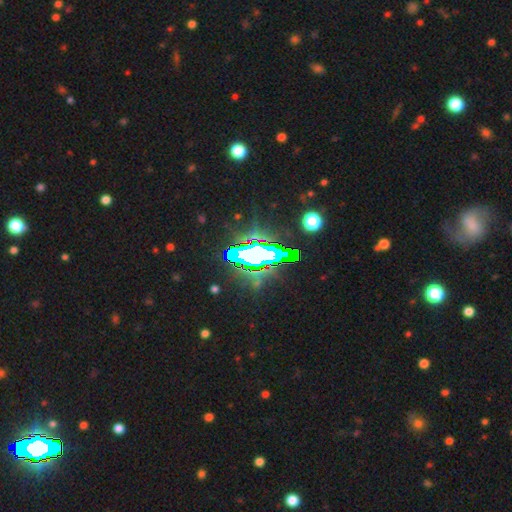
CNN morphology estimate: Smooth or featured: star or artifact — 67% (smooth — 17%)